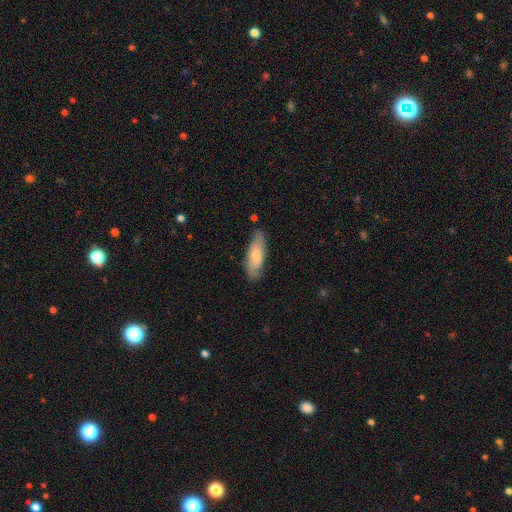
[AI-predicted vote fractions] Smooth or featured? Predicted: smooth (p=0.53). How rounded? Predicted: in between (p=0.67). Merging? Predicted: none (p=0.70).